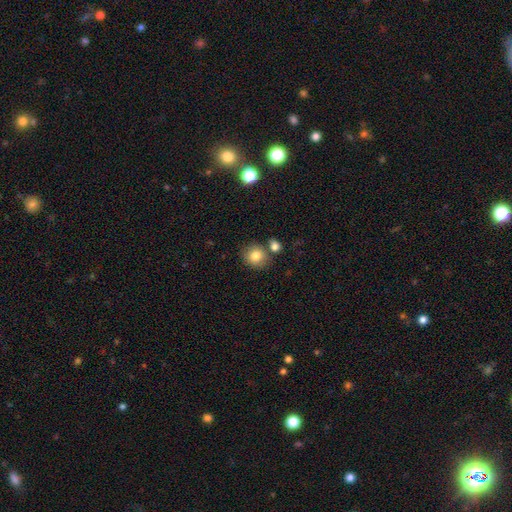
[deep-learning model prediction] A smooth galaxy with no disk features (82%) that is round (81%). Merging: none (71%).